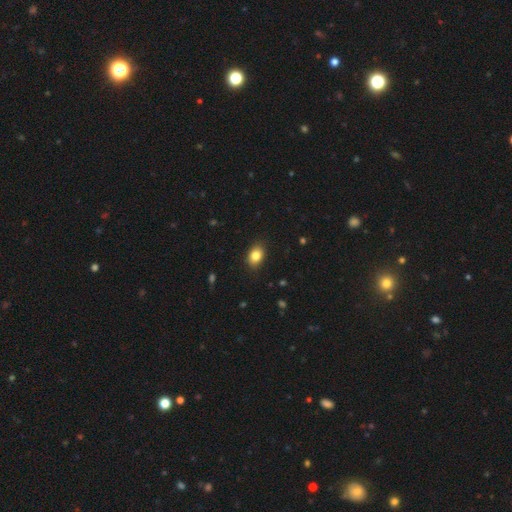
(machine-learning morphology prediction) smooth 84%, star or artifact 9%, featured or disk 7%. Down the decision tree: how rounded — in between (75%); merging — none (86%).